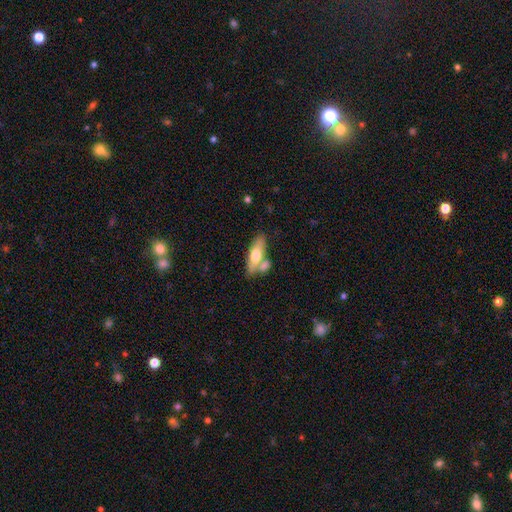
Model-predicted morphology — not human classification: Overall: smooth (63%; featured or disk 31%). How rounded: in between (63%; cigar-shaped 34%). Merging: none (48%; merger 35%).